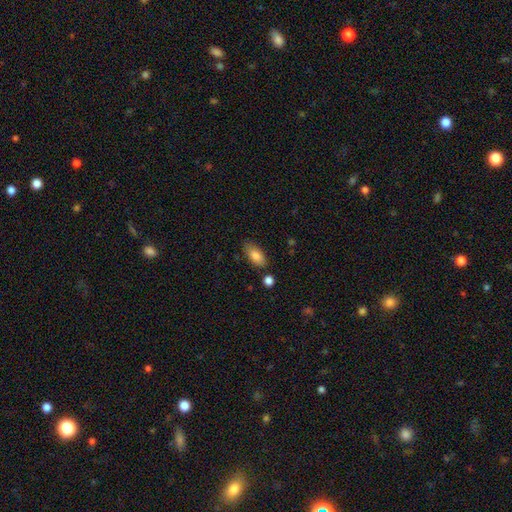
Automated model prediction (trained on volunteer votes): Q: Smooth or featured?
A: smooth (84%); runner-up: featured or disk (9%)
Q: How rounded?
A: in between (88%); runner-up: cigar-shaped (9%)
Q: Merging?
A: none (76%); runner-up: minor disturbance (16%)